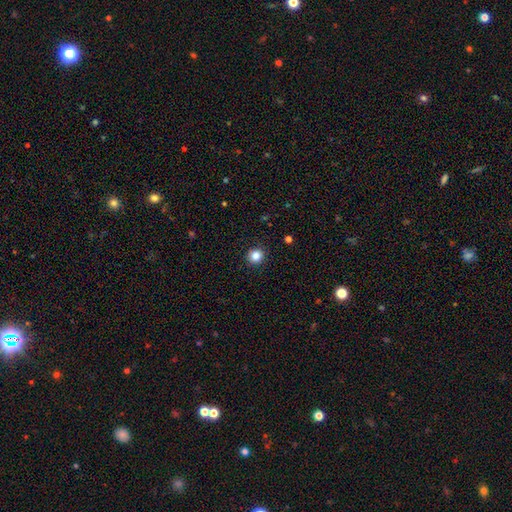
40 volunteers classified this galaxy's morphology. Smooth or featured?
  - smooth: 82% *
  - star or artifact: 12%
  - featured or disk: 5%
How rounded?
  - round: 94% *
  - in between: 6%
  - cigar-shaped: 0%
Merging?
  - none: 97% *
  - minor disturbance: 3%
  - major disturbance: 0%
  - merger: 0%